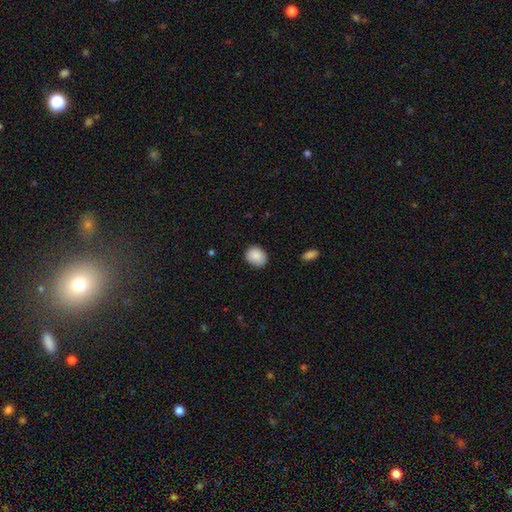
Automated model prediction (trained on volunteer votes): A smooth galaxy with no disk features (89%) that is in between round and cigar-shaped (50%). Merging: none (82%).